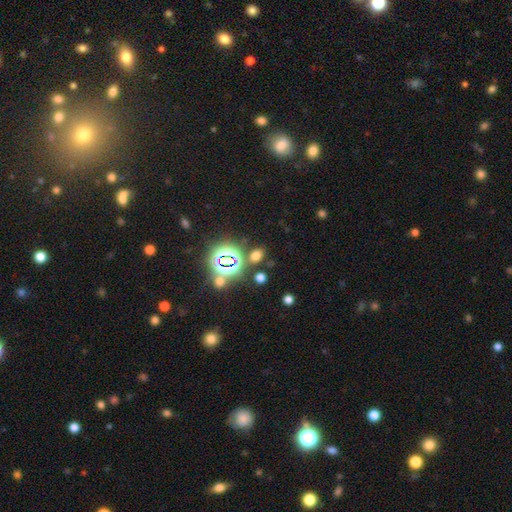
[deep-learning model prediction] Smooth or featured: smooth — 53% (star or artifact — 40%)
How rounded: in between — 66% (round — 31%)
Merging: none — 79% (minor disturbance — 10%)